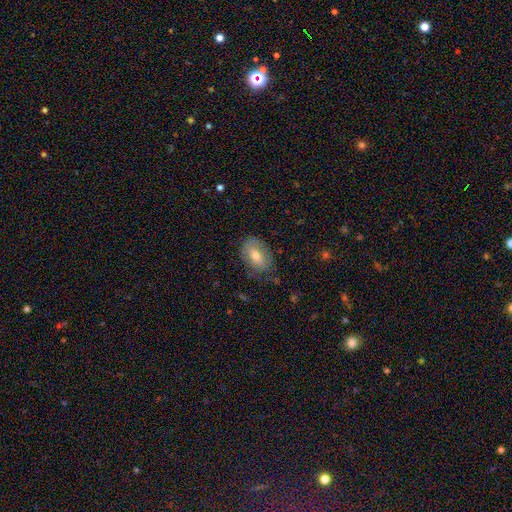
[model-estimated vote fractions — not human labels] This is possibly a smooth galaxy (59%). How rounded: clearly in between (86%). Merging: likely none (73%).